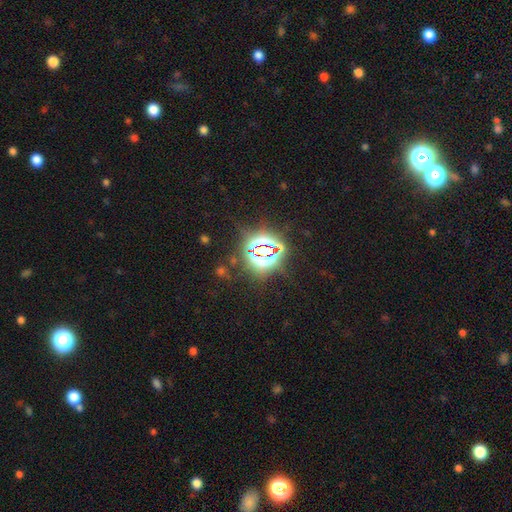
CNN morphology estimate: smooth-or-featured: star or artifact: 80% | smooth: 12% | featured or disk: 7%